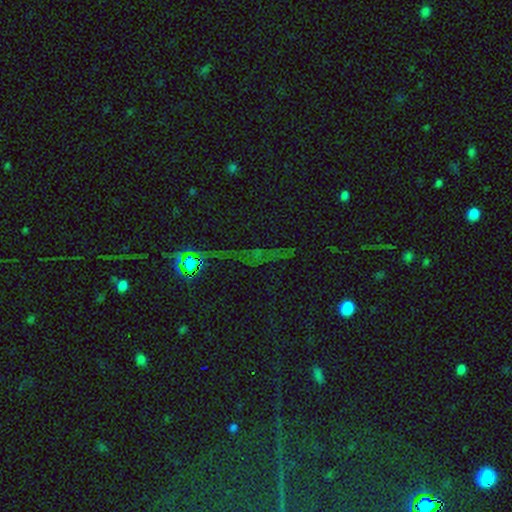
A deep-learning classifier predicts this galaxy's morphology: smooth_or_featured: star or artifact (p=0.72) [alt: smooth p=0.15]